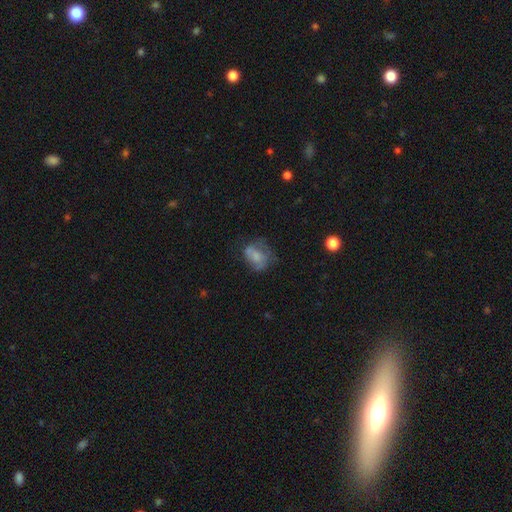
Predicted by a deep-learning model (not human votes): Smooth or featured? Predicted: smooth (p=0.54). How rounded? Predicted: in between (p=0.60). Merging? Predicted: none (p=0.39).